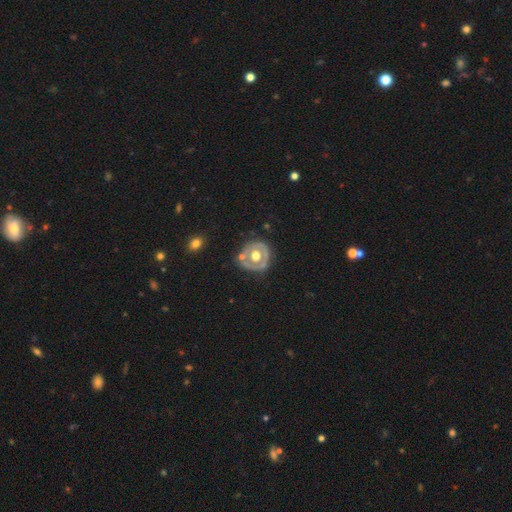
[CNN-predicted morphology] featured or disk 58%, smooth 36%, star or artifact 6%. Down the decision tree: edge-on disk — no (94%); bar — no (85%); spiral arms — no (83%); bulge size — moderate (61%); merging — none (68%).